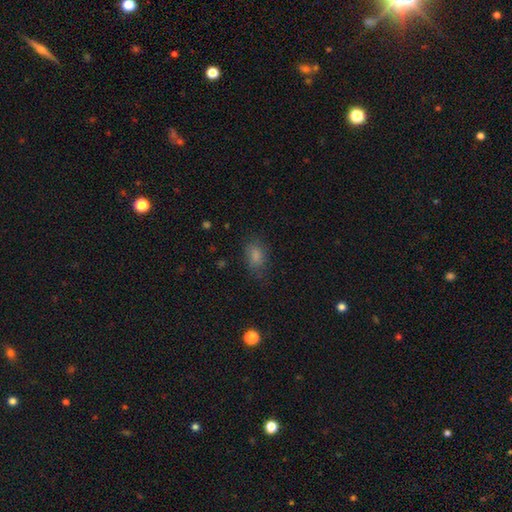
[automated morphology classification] Smooth or featured: smooth — 81% (star or artifact — 12%)
How rounded: in between — 80% (round — 18%)
Merging: none — 68% (minor disturbance — 22%)